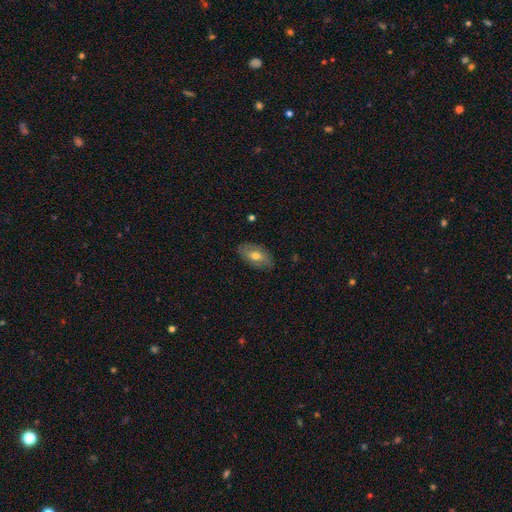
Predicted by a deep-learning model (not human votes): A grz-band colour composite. It shows a smooth galaxy with no disk features (56%) that is in between round and cigar-shaped (91%). Merging: none (82%).